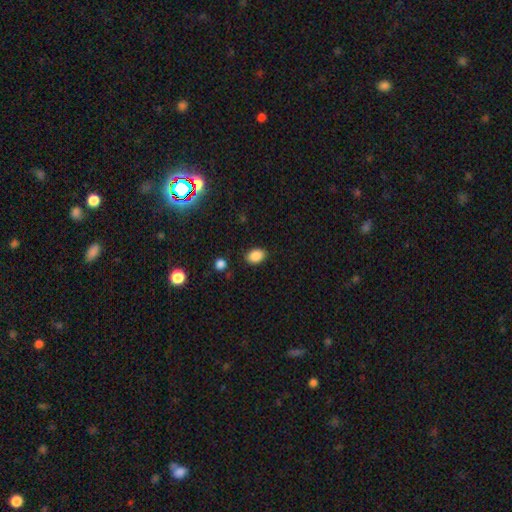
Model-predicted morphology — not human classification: type=smooth (87%); roundness=in between (79%); merging=none (85%).